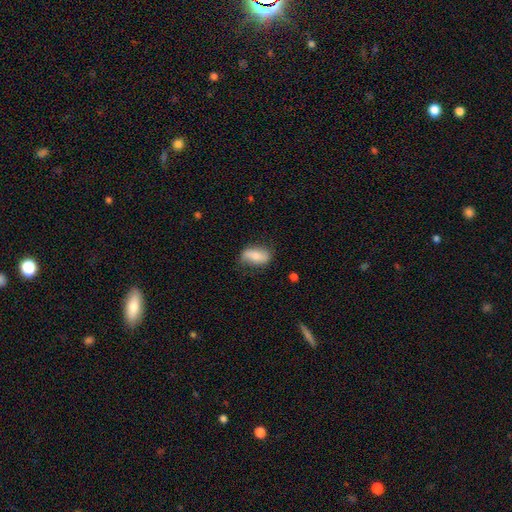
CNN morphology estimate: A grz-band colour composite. It shows a smooth galaxy with no disk features (70%) that is in between round and cigar-shaped (89%). Merging: none (67%).